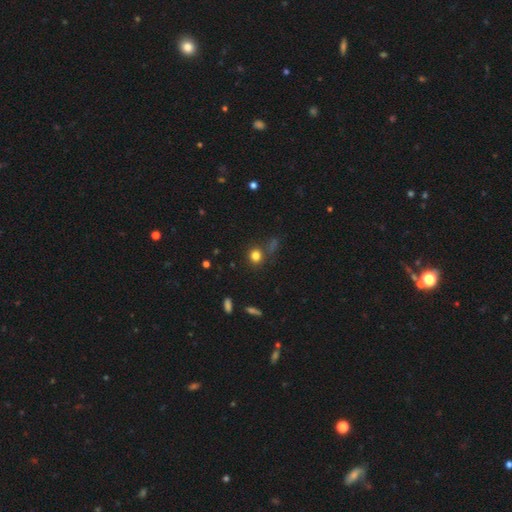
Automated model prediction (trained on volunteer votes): This appears to be a smooth galaxy with no disk features (79%) that is round (84%). Merging: none (77%).